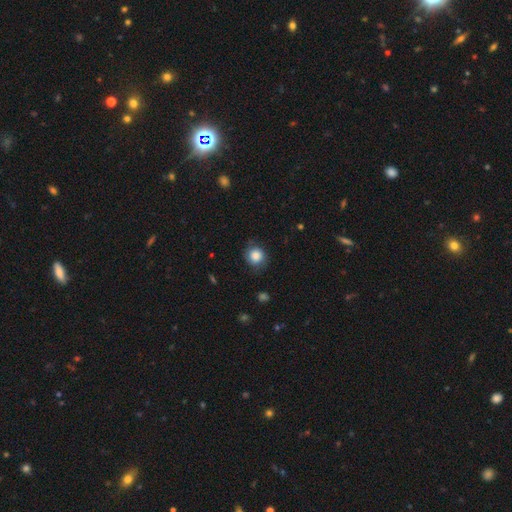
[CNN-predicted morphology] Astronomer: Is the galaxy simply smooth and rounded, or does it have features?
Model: smooth — 84%.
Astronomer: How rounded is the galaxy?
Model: round — 89%.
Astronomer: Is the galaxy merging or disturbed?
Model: none — 78%.